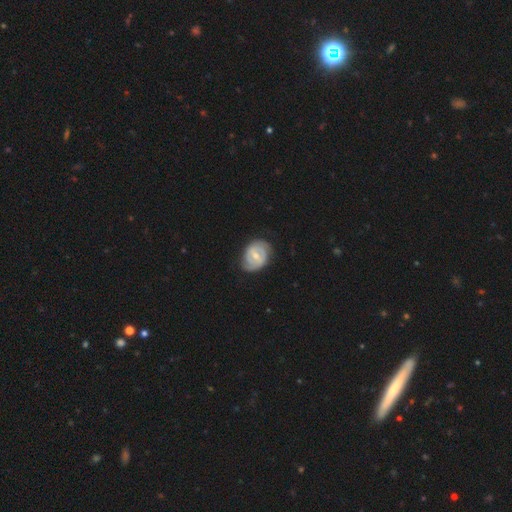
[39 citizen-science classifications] A featured or disk galaxy (90%) with a weak bar (63%), 2 (80%) tight (50%) spiral arms (86%) and a moderate central bulge (49%). Merging: none (90%).